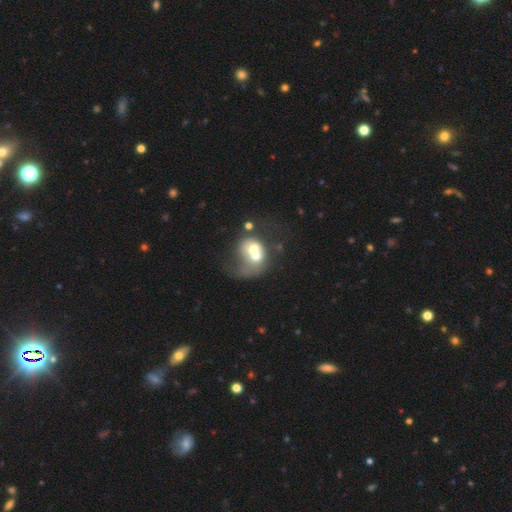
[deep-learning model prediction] A smooth galaxy with no disk features (47%). Merging: merger (68%).